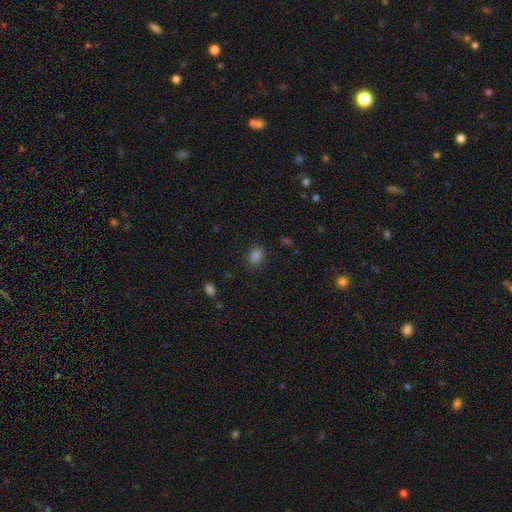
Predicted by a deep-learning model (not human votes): A smooth galaxy with no disk features (83%) that is in between round and cigar-shaped (67%).

Vote fractions:
- Smooth or featured? smooth: 83% / star or artifact: 14% / featured or disk: 4%
- How rounded? in between: 67% / round: 32% / cigar-shaped: 1%
- Merging? none: 84% / minor disturbance: 11% / major disturbance: 3% / merger: 1%